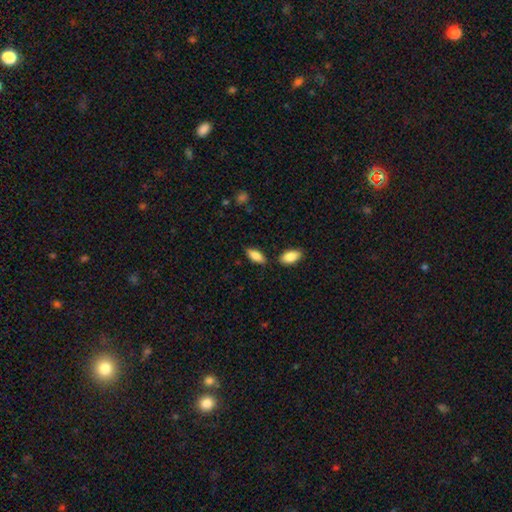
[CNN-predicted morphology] smooth-or-featured: smooth: 84% | featured or disk: 10% | star or artifact: 6%
  how-rounded: in between: 80% | cigar-shaped: 18% | round: 2%
  merging: none: 80% | minor disturbance: 12% | merger: 6% | major disturbance: 3%